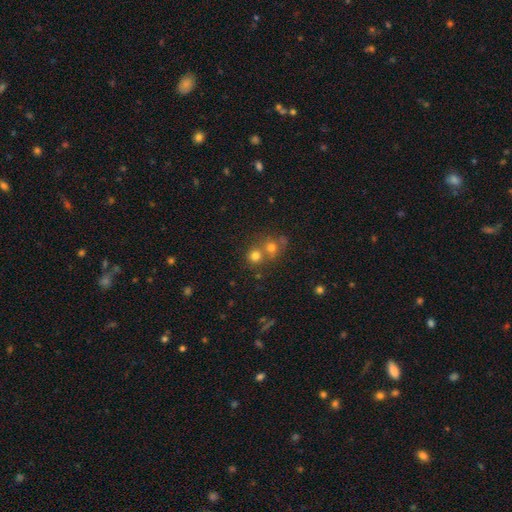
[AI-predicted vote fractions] Smooth or featured? Predicted: smooth (p=0.73). How rounded? Predicted: round (p=0.87). Merging? Predicted: none (p=0.50).